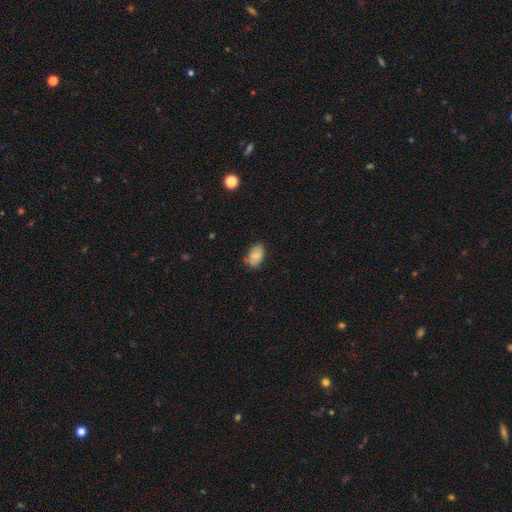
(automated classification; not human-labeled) smooth 77%, featured or disk 15%, star or artifact 8%. Down the decision tree: how rounded — in between (90%); merging — none (70%).